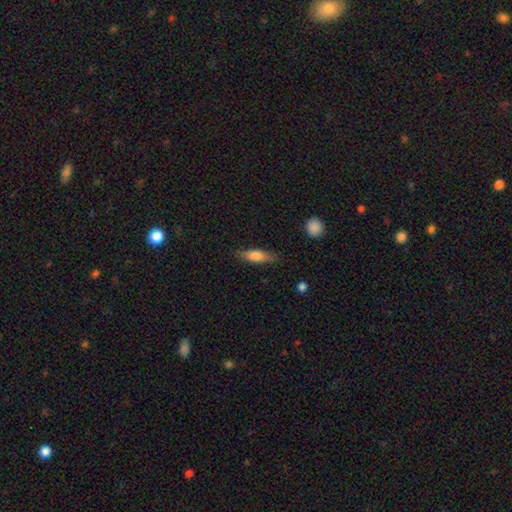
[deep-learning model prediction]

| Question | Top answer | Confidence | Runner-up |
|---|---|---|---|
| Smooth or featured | smooth | 70% | featured or disk (23%) |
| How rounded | cigar-shaped | 57% | in between (41%) |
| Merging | none | 80% | minor disturbance (15%) |